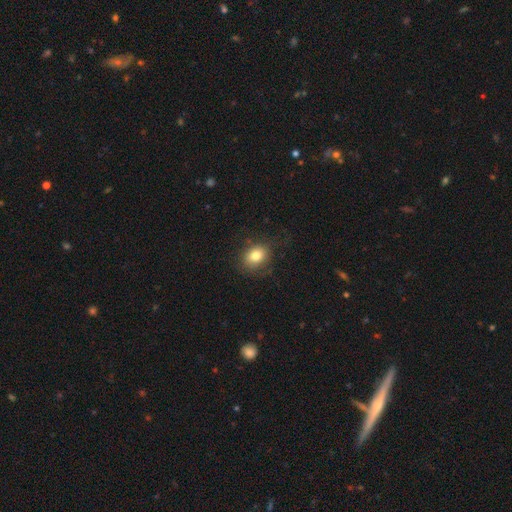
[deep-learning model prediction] Smooth or featured? smooth (80%)
How rounded? in between (51%)
Merging? none (76%)